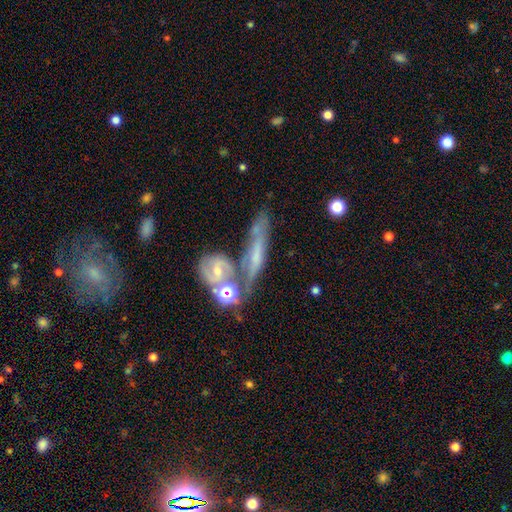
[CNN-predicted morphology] Smooth or featured? Predicted: featured or disk (p=0.56). Edge-on disk? Predicted: no (p=0.51). Merging? Predicted: none (p=0.36).